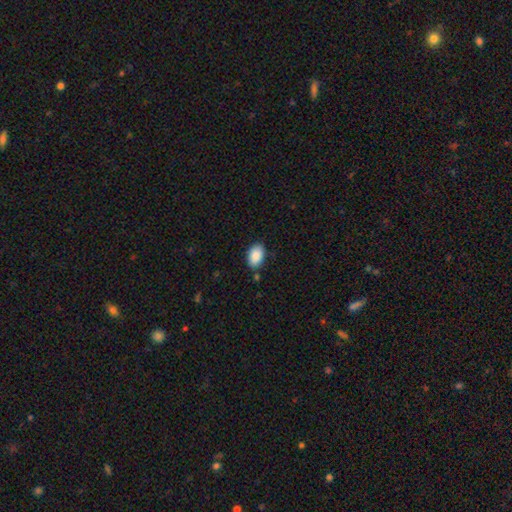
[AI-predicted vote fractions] This appears to be a smooth galaxy with no disk features (90%) that is in between round and cigar-shaped (91%). Merging: none (82%).